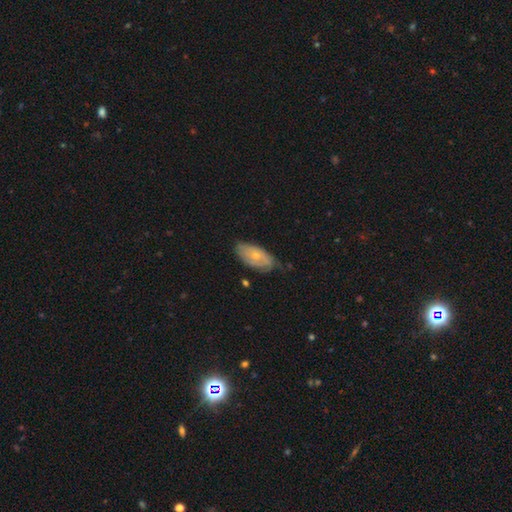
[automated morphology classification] smooth_or_featured: smooth (p=0.50) [alt: featured or disk p=0.44]
how_rounded: in between (p=0.90) [alt: cigar-shaped p=0.06]
merging: none (p=0.60) [alt: minor disturbance p=0.32]